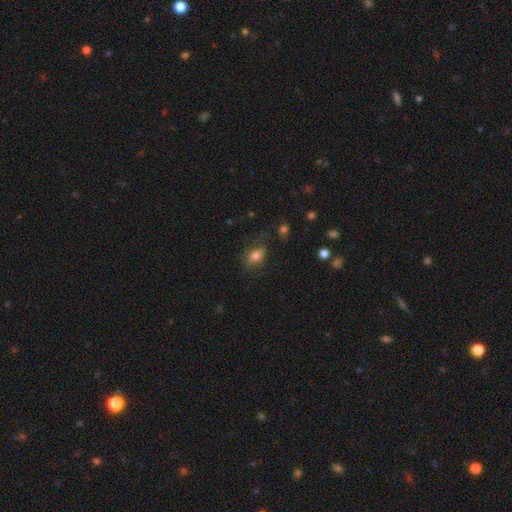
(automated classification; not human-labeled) smooth_or_featured: smooth (p=0.76) [alt: featured or disk p=0.14]
how_rounded: in between (p=0.79) [alt: round p=0.19]
merging: none (p=0.62) [alt: minor disturbance p=0.21]